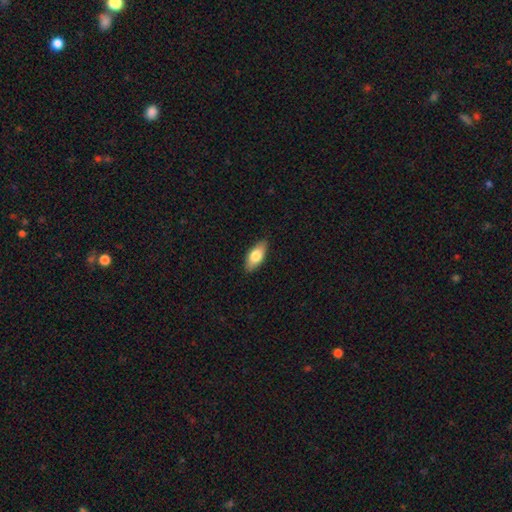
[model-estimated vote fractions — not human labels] This is likely a smooth galaxy (77%). How rounded: clearly in between (87%). Merging: clearly none (88%).